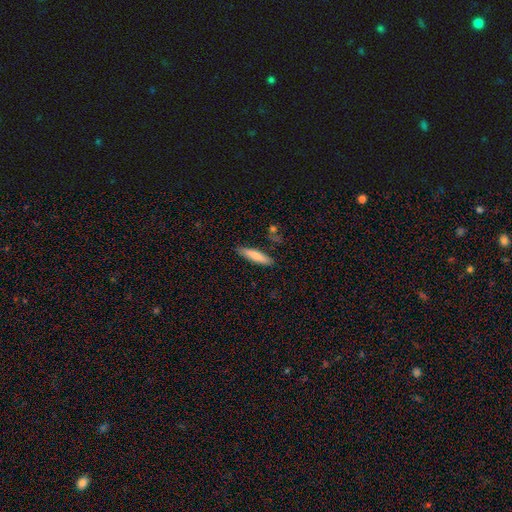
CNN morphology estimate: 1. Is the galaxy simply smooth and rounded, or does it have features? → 76% smooth, 18% featured or disk, 6% star or artifact.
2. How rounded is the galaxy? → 79% cigar-shaped, 19% in between, 1% round.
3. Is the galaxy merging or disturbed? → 84% none, 11% minor disturbance, 2% merger, 2% major disturbance.